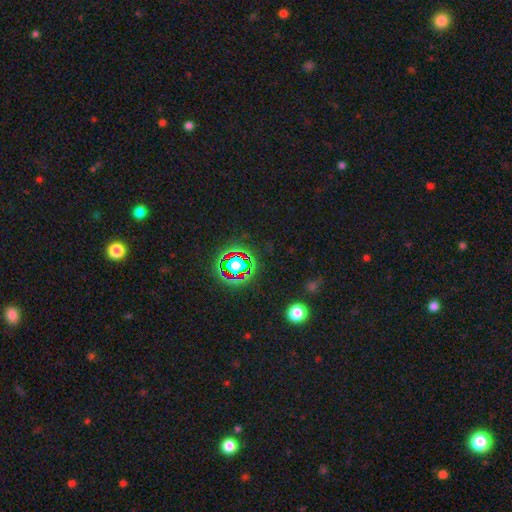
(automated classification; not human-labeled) Q: Smooth or featured?
A: star or artifact (79%); runner-up: smooth (13%)